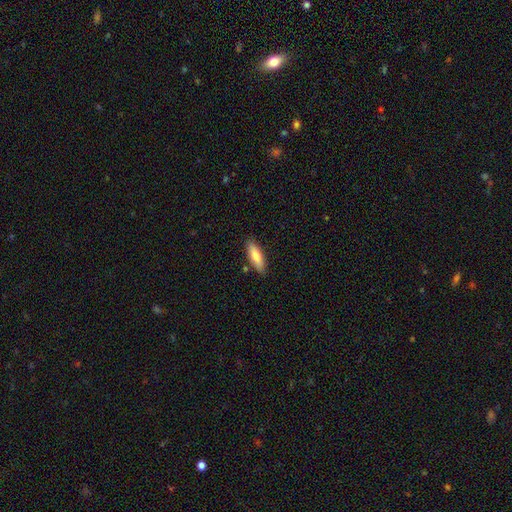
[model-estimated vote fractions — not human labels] A smooth galaxy with no disk features (79%) that is cigar-shaped (49%, tied with in between). Merging: none (84%).